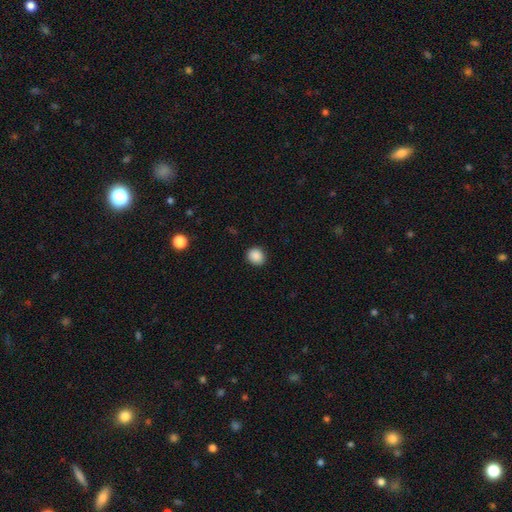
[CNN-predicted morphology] Smooth or featured? smooth (89%)
How rounded? round (72%)
Merging? none (90%)